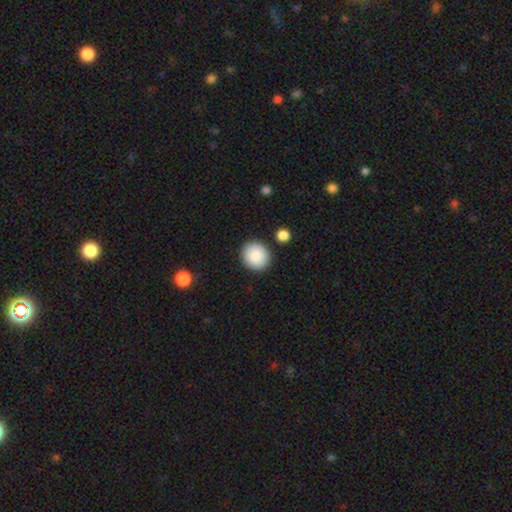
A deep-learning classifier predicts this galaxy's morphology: This is clearly a smooth galaxy (88%). How rounded: clearly round (80%). Merging: clearly none (89%).